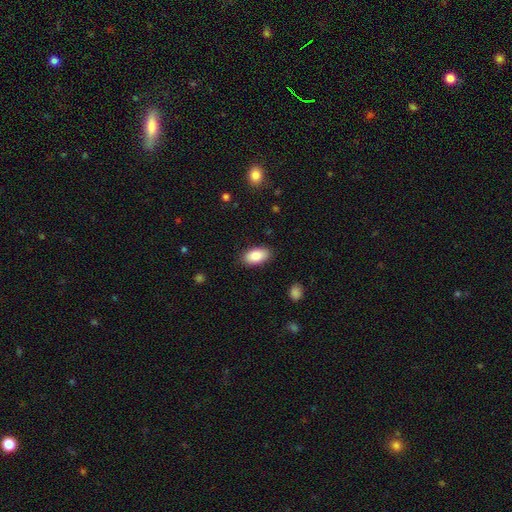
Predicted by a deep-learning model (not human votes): A smooth galaxy with no disk features (86%) that is in between round and cigar-shaped (95%).

Vote fractions:
- Smooth or featured? smooth: 86% / featured or disk: 7% / star or artifact: 7%
- How rounded? in between: 95% / round: 3% / cigar-shaped: 2%
- Merging? none: 87% / minor disturbance: 10% / major disturbance: 2% / merger: 1%